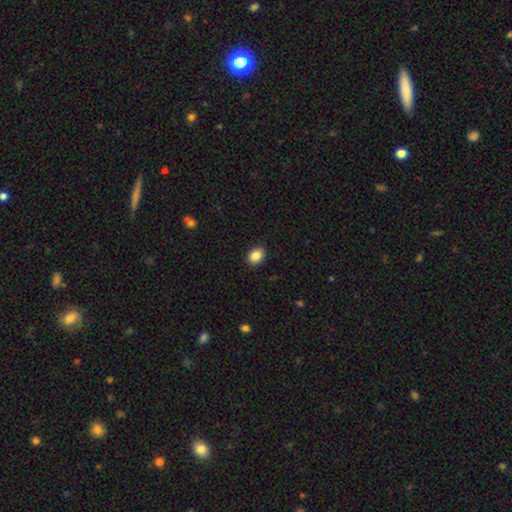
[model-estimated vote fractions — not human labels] A smooth galaxy with no disk features (86%) that is round (50%).

Vote fractions:
- Smooth or featured? smooth: 86% / star or artifact: 9% / featured or disk: 5%
- How rounded? round: 50% / in between: 49% / cigar-shaped: 1%
- Merging? none: 90% / minor disturbance: 7% / major disturbance: 2% / merger: 1%